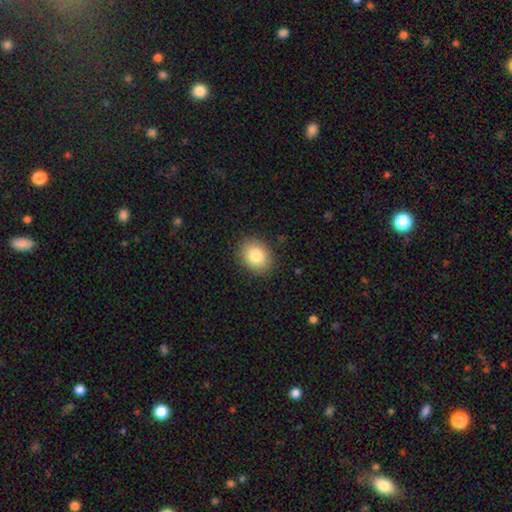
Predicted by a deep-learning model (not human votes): Morphology: type=smooth (82%); roundness=in between (53%); merging=none (88%).